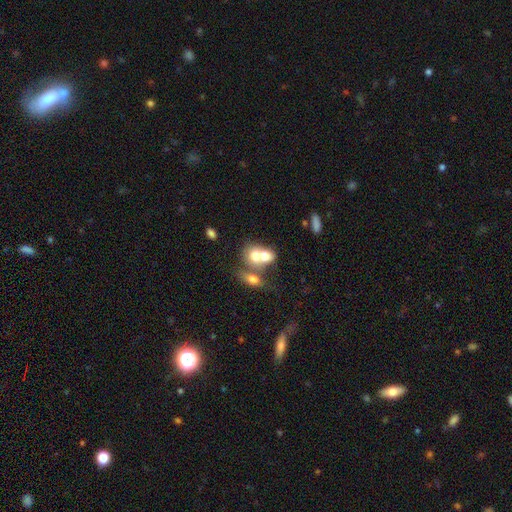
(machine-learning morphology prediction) Q: Smooth or featured?
A: smooth (66%); runner-up: featured or disk (25%)
Q: How rounded?
A: in between (52%); runner-up: round (46%)
Q: Merging?
A: merger (72%); runner-up: none (17%)